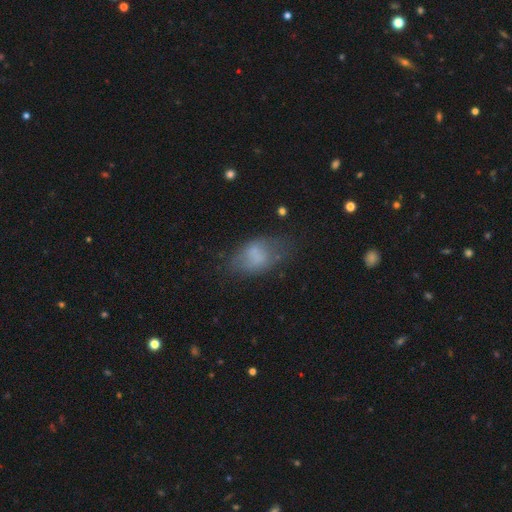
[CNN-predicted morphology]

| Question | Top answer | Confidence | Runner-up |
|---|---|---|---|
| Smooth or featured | smooth | 63% | featured or disk (26%) |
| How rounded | in between | 86% | round (12%) |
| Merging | none | 47% | minor disturbance (29%) |